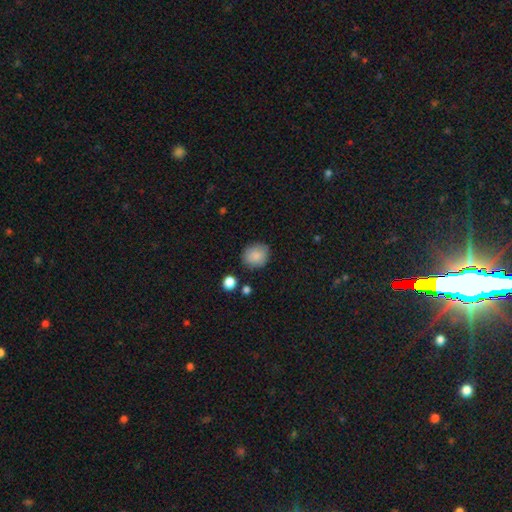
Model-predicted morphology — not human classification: This is clearly a smooth galaxy (87%). How rounded: likely round (78%). Merging: clearly none (85%).